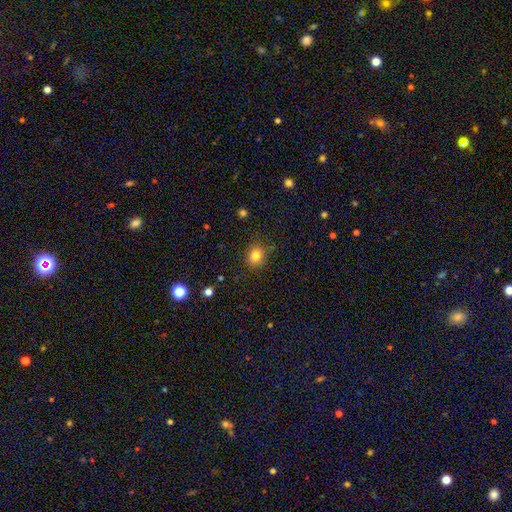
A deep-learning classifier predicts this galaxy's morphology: Smooth or featured: smooth — 81% (star or artifact — 12%)
How rounded: round — 70% (in between — 29%)
Merging: none — 84% (minor disturbance — 11%)